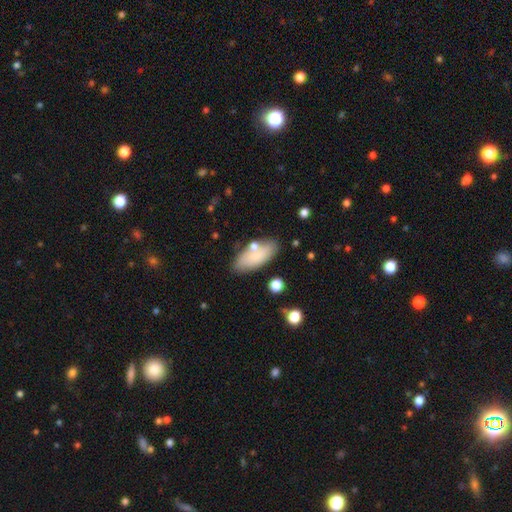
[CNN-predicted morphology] Smooth or featured? smooth (78%)
How rounded? in between (85%)
Merging? none (76%)